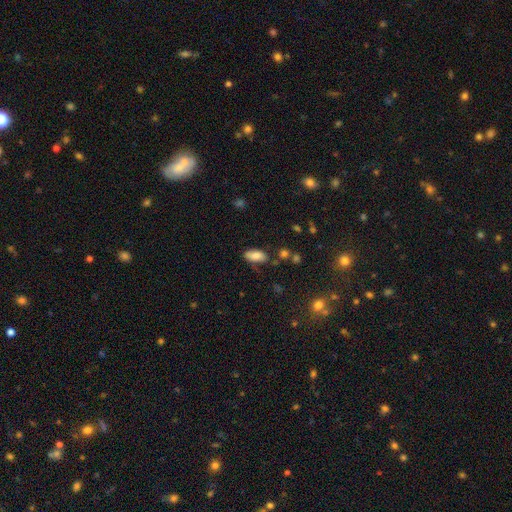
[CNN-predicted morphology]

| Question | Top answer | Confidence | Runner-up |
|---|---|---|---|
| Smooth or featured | smooth | 82% | featured or disk (11%) |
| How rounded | in between | 89% | cigar-shaped (9%) |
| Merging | none | 71% | minor disturbance (20%) |